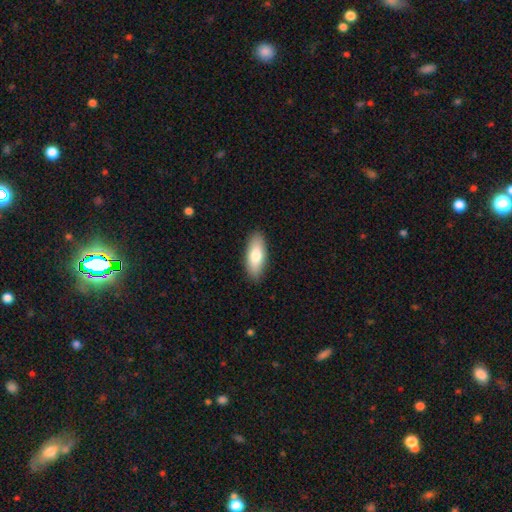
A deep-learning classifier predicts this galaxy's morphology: Smooth or featured? smooth (77%)
How rounded? in between (78%)
Merging? none (89%)